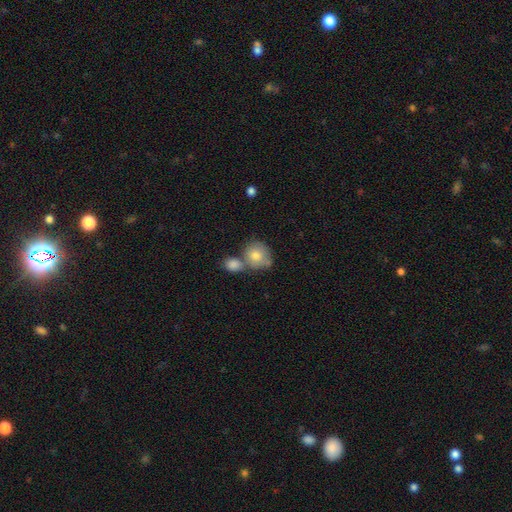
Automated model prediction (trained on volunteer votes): smooth-or-featured: smooth: 76% | featured or disk: 16% | star or artifact: 8%
  how-rounded: round: 76% | in between: 23% | cigar-shaped: 1%
  merging: merger: 45% | none: 39% | minor disturbance: 12% | major disturbance: 4%